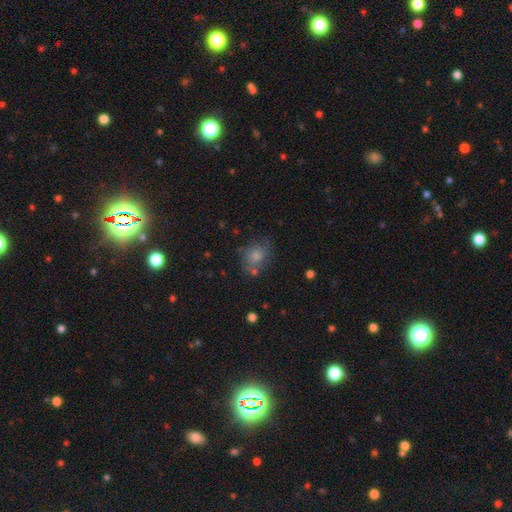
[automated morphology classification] Overall: smooth (77%). How rounded: round (56%; in between 43%). Merging: none (57%; minor disturbance 23%).